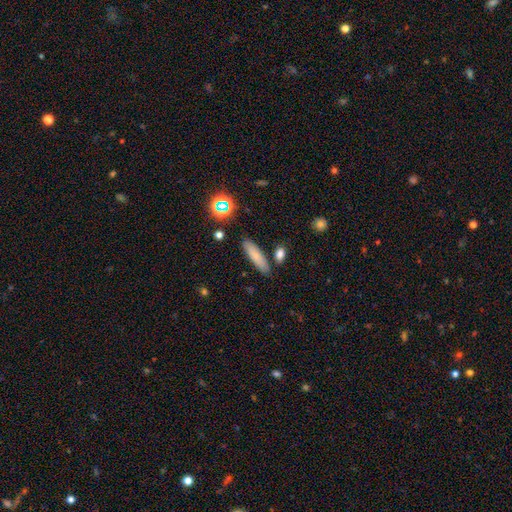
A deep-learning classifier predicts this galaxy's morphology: Smooth or featured? smooth (78%)
How rounded? cigar-shaped (68%)
Merging? none (84%)